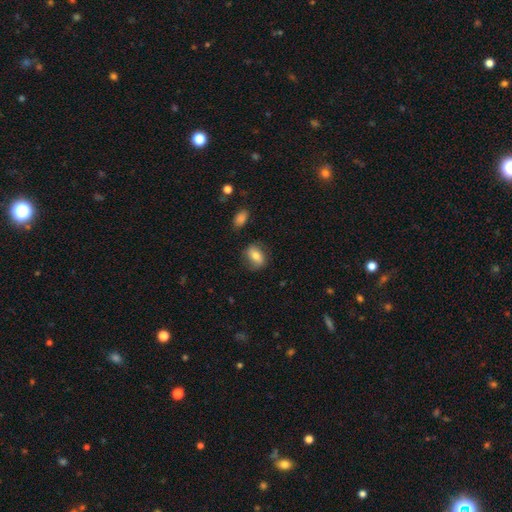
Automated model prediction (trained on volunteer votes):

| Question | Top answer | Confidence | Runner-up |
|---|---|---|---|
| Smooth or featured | smooth | 72% | featured or disk (20%) |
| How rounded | in between | 73% | round (24%) |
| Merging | none | 74% | minor disturbance (18%) |